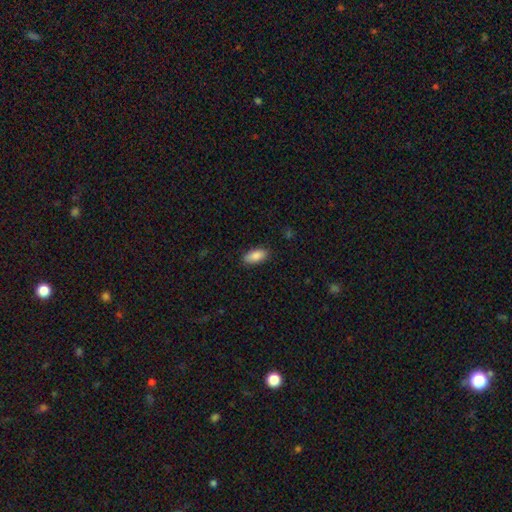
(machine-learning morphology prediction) The model was most divided on "merging": none: 87%, minor disturbance: 9%, major disturbance: 2%, merger: 1%. More confident: how rounded — in between (89%); smooth or featured — smooth (88%).